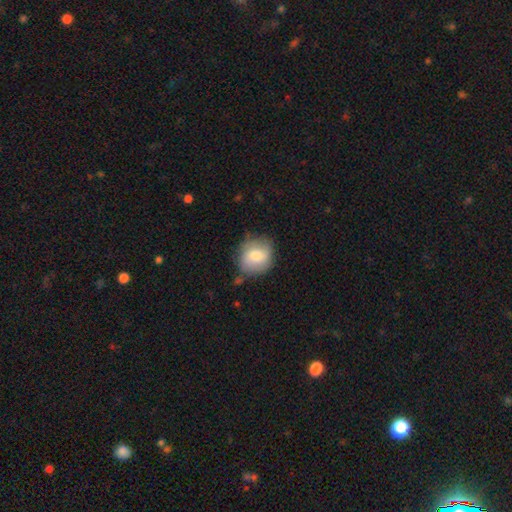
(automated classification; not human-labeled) The model was most divided on "smooth or featured": smooth: 69%, featured or disk: 24%, star or artifact: 7%. More confident: how rounded — round (81%); merging — none (73%).